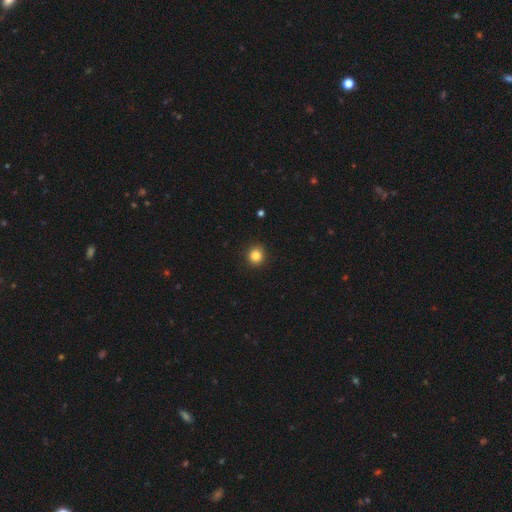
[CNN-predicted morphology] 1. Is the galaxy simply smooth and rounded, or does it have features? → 84% smooth, 11% star or artifact, 4% featured or disk.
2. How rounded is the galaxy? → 91% round, 9% in between, 1% cigar-shaped.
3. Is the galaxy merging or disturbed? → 92% none, 5% minor disturbance, 2% major disturbance, 1% merger.